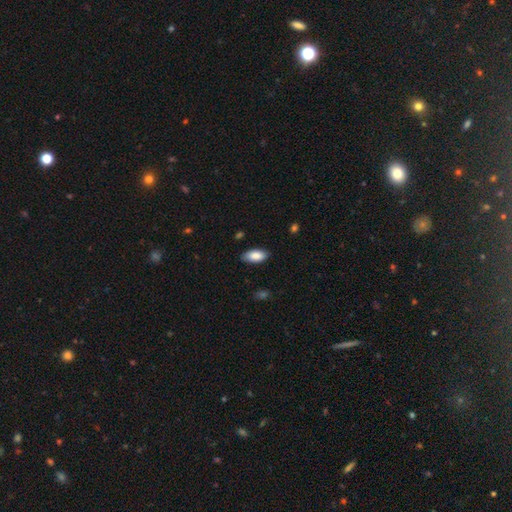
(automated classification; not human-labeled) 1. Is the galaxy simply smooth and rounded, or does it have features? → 87% smooth, 7% featured or disk, 6% star or artifact.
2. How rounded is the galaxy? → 91% in between, 7% cigar-shaped, 2% round.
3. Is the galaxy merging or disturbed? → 84% none, 12% minor disturbance, 2% major disturbance, 1% merger.